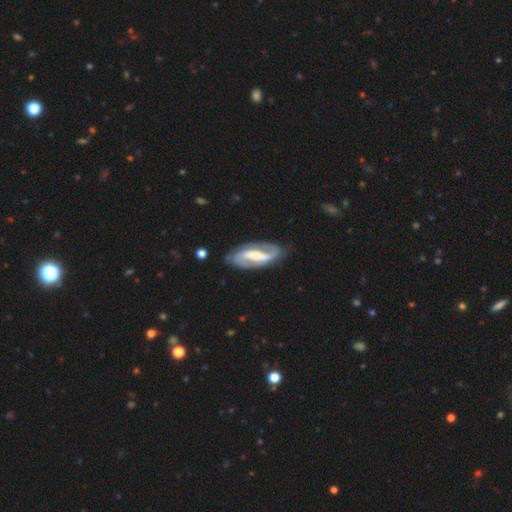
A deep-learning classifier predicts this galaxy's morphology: smooth_or_featured: featured or disk (p=0.85) [alt: smooth p=0.11]
disk_edge_on: no (p=0.95) [alt: yes p=0.05]
bar: strong (p=0.60) [alt: weak p=0.28]
has_spiral_arms: yes (p=0.93) [alt: no p=0.07]
spiral_winding: medium (p=0.46) [alt: tight p=0.32]
spiral_arm_count: 2 (p=0.90) [alt: can't tell p=0.04]
bulge_size: moderate (p=0.44) [alt: small p=0.32]
merging: none (p=0.80) [alt: minor disturbance p=0.14]